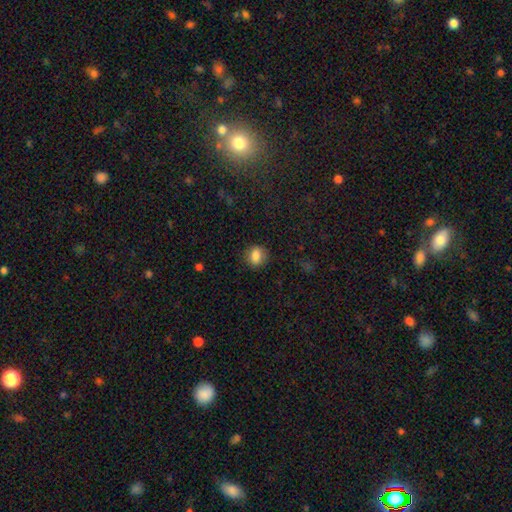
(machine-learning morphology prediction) This is clearly a smooth galaxy (83%). How rounded: possibly round (56%). Merging: clearly none (84%).